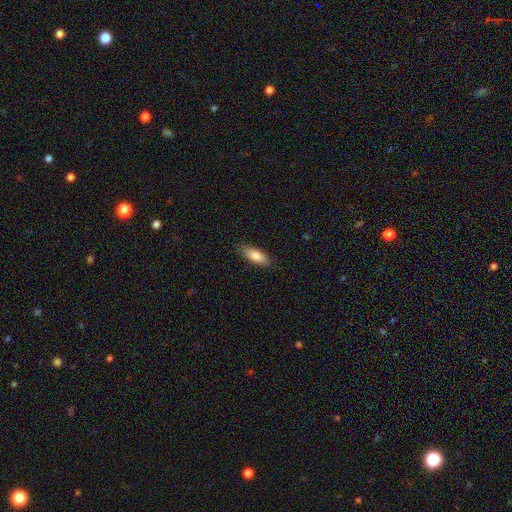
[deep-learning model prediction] Smooth or featured?
  - smooth: 81% *
  - featured or disk: 13%
  - star or artifact: 6%
How rounded?
  - in between: 73% *
  - cigar-shaped: 25%
  - round: 2%
Merging?
  - none: 84% *
  - minor disturbance: 13%
  - major disturbance: 2%
  - merger: 1%